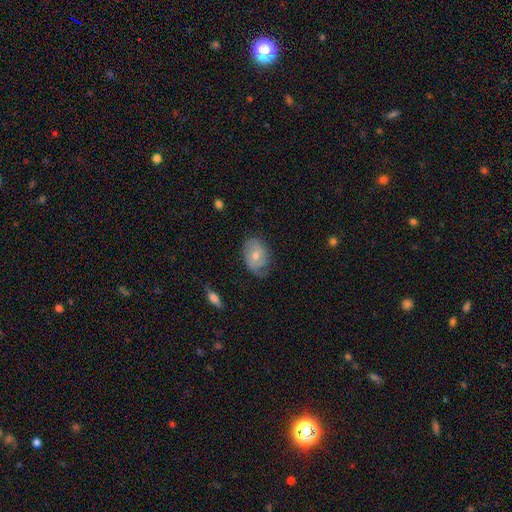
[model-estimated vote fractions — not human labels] smooth_or_featured: featured or disk (p=0.48) [alt: smooth p=0.45]
merging: none (p=0.55) [alt: minor disturbance p=0.31]